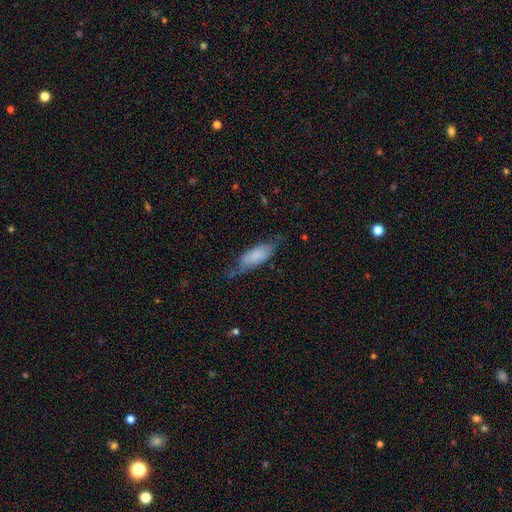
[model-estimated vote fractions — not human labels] The model was most divided on "merging": none: 52%, minor disturbance: 33%, major disturbance: 13%, merger: 2%. More confident: smooth or featured — smooth (70%); how rounded — in between (68%).